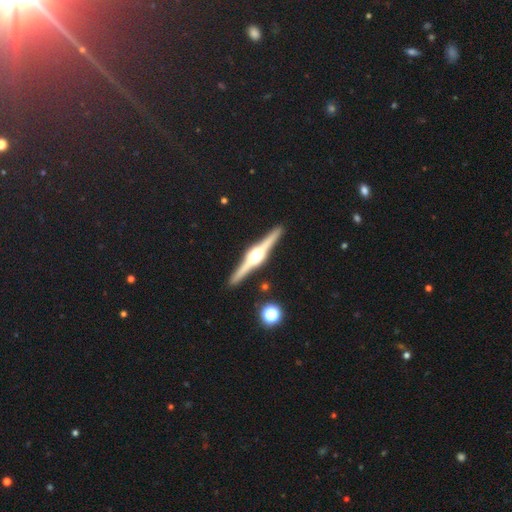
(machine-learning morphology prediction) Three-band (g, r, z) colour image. It shows a featured or disk galaxy (87%) viewed edge-on (99%) with a rounded central bulge (90%). Merging: none (92%).